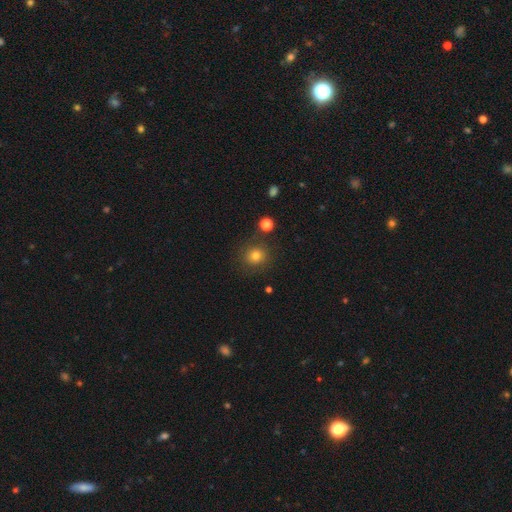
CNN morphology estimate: Smooth or featured? Predicted: smooth (p=0.78). How rounded? Predicted: round (p=0.89). Merging? Predicted: none (p=0.84).